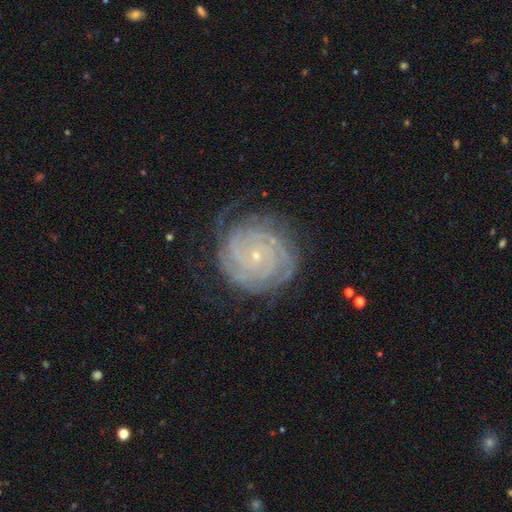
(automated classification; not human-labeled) This appears to be a featured or disk galaxy (89%) with no bar (78%), 4 (24%) tight (88%) spiral arms (98%) and a small central bulge (89%). Merging: none (78%).